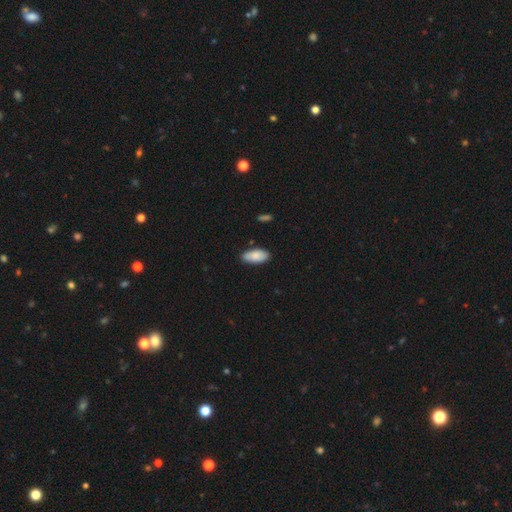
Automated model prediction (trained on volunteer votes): A smooth galaxy with no disk features (86%) that is in between round and cigar-shaped (90%). Merging: none (82%).